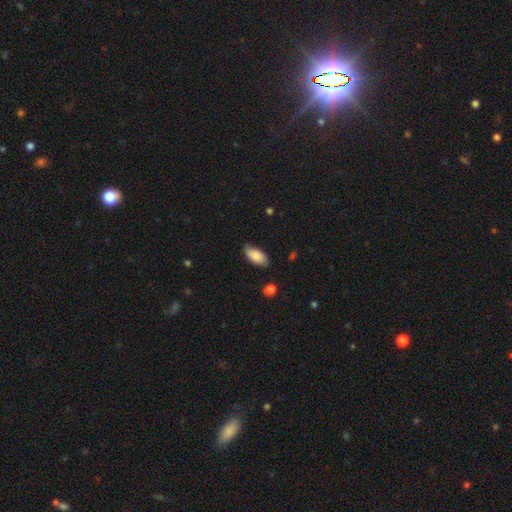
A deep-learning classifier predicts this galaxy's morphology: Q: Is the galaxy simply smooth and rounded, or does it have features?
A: smooth — 84%.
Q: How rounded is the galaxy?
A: in between — 92%.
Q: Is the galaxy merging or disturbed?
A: none — 78%.